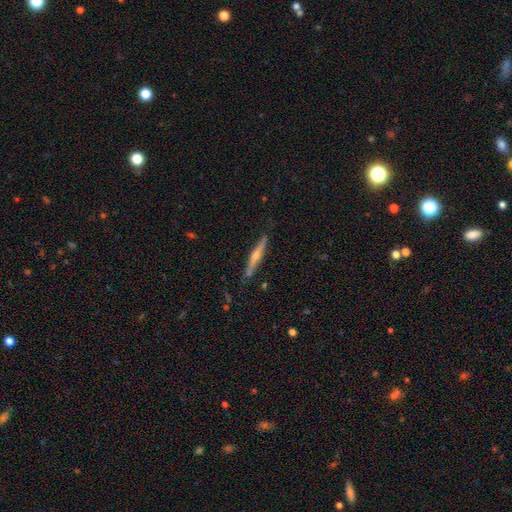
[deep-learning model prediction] Q: Smooth or featured?
A: featured or disk (69%); runner-up: smooth (25%)
Q: Edge-on disk?
A: yes (97%); runner-up: no (3%)
Q: Edge-on bulge?
A: rounded (84%); runner-up: none (12%)
Q: Merging?
A: none (85%); runner-up: minor disturbance (11%)